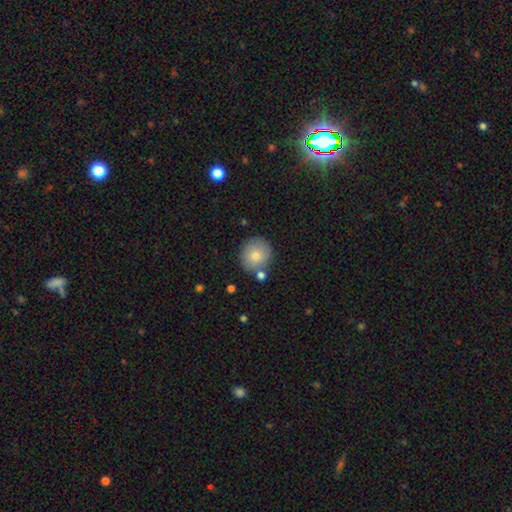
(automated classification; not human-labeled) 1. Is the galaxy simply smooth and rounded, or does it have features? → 80% smooth, 12% featured or disk, 8% star or artifact.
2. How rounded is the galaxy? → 89% round, 10% in between, 1% cigar-shaped.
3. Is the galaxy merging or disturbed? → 76% none, 11% minor disturbance, 10% merger, 3% major disturbance.